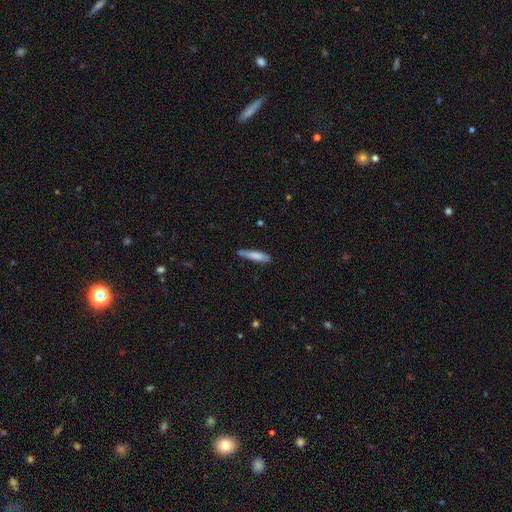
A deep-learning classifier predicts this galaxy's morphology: Overall: smooth (78%). How rounded: cigar-shaped (83%). Merging: none (71%).